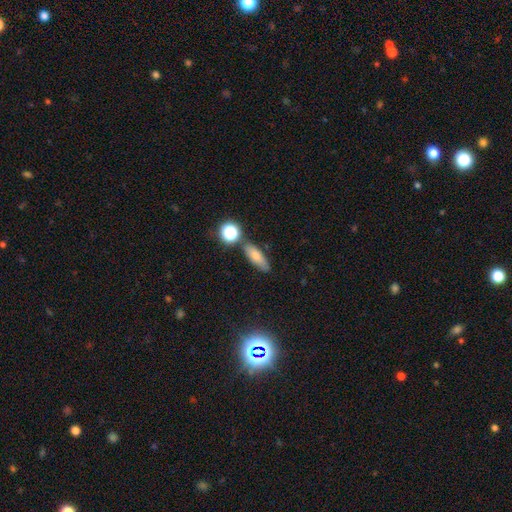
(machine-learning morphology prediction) Overall: smooth (74%). How rounded: in between (60%; cigar-shaped 32%). Merging: none (71%).